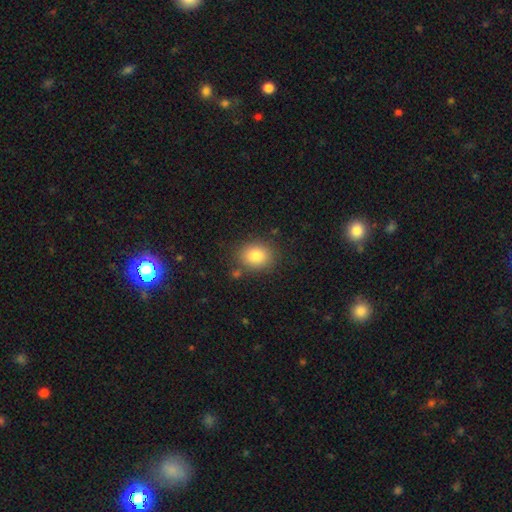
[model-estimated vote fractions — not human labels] smooth 82%, star or artifact 10%, featured or disk 8%. Down the decision tree: how rounded — round (59%); merging — none (83%).